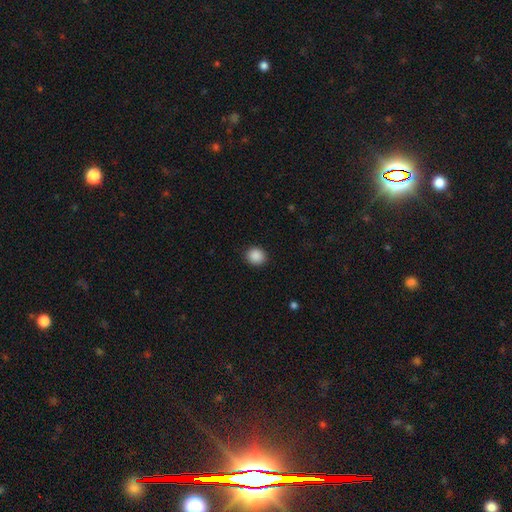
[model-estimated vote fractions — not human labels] Morphology: type=smooth (89%); roundness=round (79%); merging=none (90%).